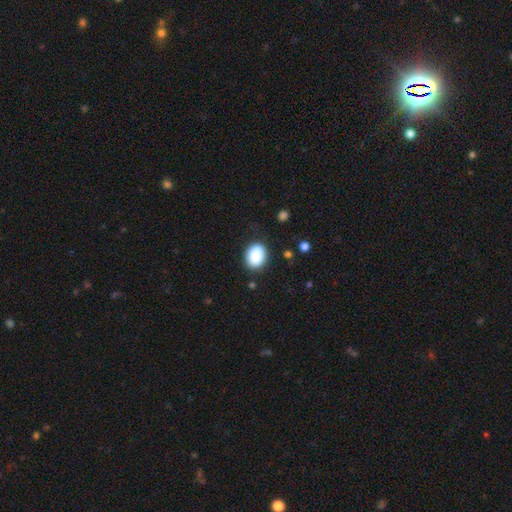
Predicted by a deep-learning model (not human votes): Smooth or featured? Predicted: smooth (p=0.88). How rounded? Predicted: in between (p=0.61). Merging? Predicted: none (p=0.82).